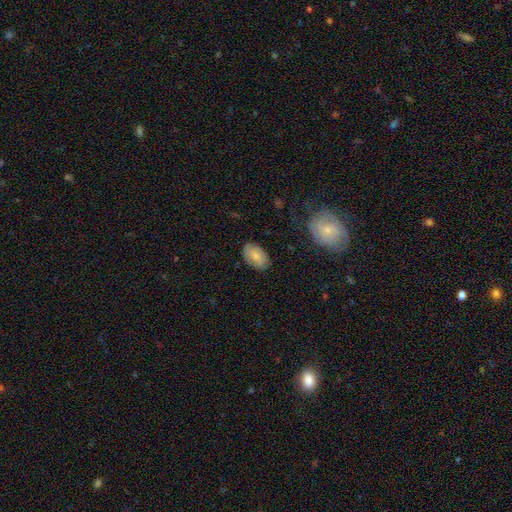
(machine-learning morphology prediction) Q: Smooth or featured?
A: smooth (78%); runner-up: featured or disk (15%)
Q: How rounded?
A: in between (91%); runner-up: round (7%)
Q: Merging?
A: none (82%); runner-up: minor disturbance (14%)